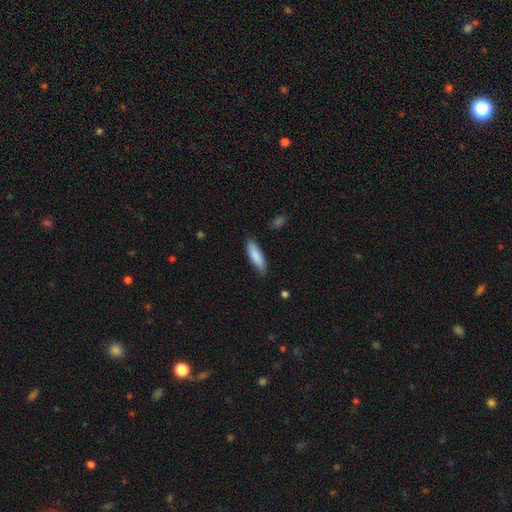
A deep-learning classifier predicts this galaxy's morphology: Smooth or featured? smooth (87%)
How rounded? cigar-shaped (60%)
Merging? none (82%)